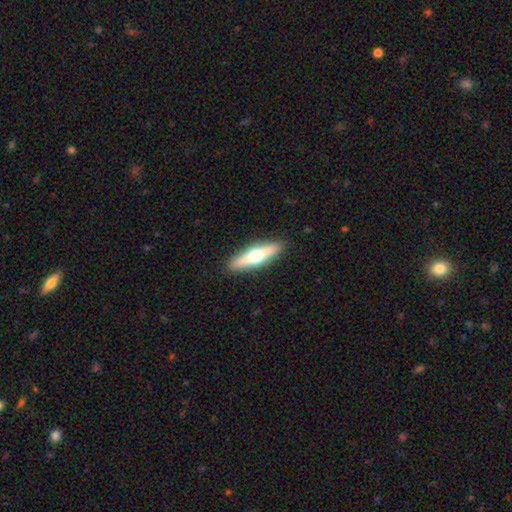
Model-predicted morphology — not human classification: The model was most divided on "smooth or featured": featured or disk: 55%, smooth: 40%, star or artifact: 6%. More confident: edge-on bulge — rounded (95%); edge-on disk — yes (93%); merging — none (90%).